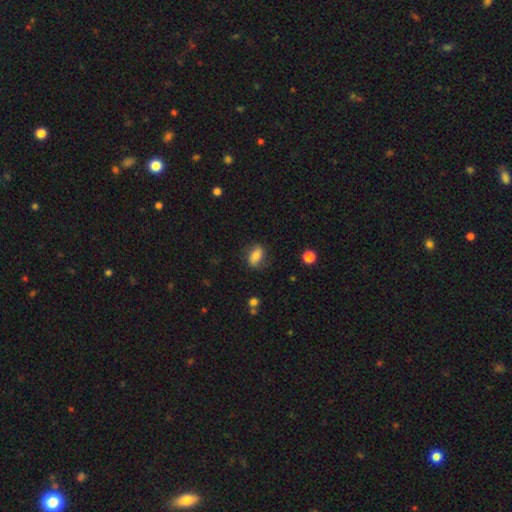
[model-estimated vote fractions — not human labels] Overall: smooth (73%). How rounded: in between (82%). Merging: none (77%).